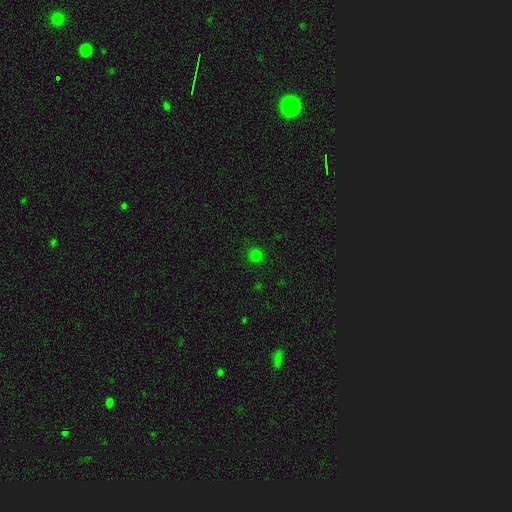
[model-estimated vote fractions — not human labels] Smooth or featured? Predicted: smooth (p=0.77). How rounded? Predicted: round (p=0.94). Merging? Predicted: none (p=0.91).